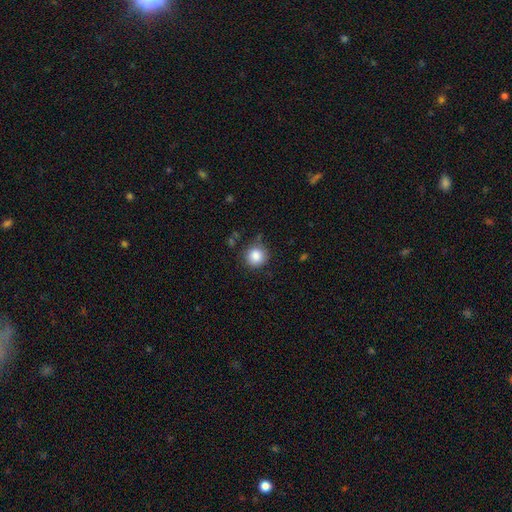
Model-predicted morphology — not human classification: This is clearly a smooth galaxy (86%). How rounded: clearly round (93%). Merging: clearly none (82%).